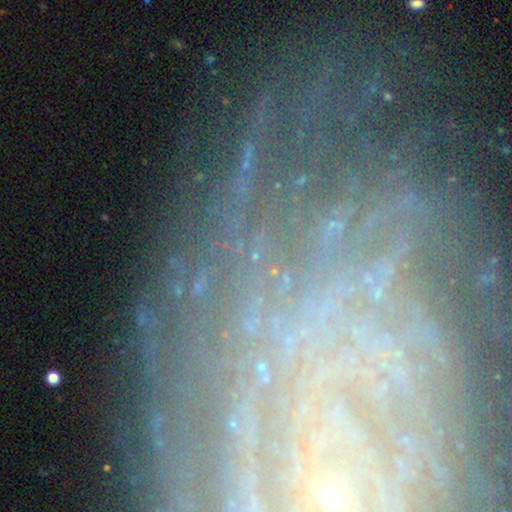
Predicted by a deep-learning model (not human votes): This is marginally a featured or disk galaxy (44%). Merging: likely none (71%).